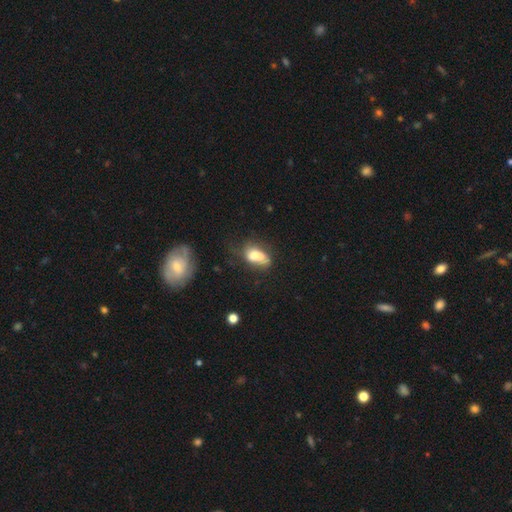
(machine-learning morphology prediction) Q: Smooth or featured?
A: smooth (65%); runner-up: featured or disk (24%)
Q: How rounded?
A: in between (81%); runner-up: round (14%)
Q: Merging?
A: merger (39%); runner-up: none (25%)